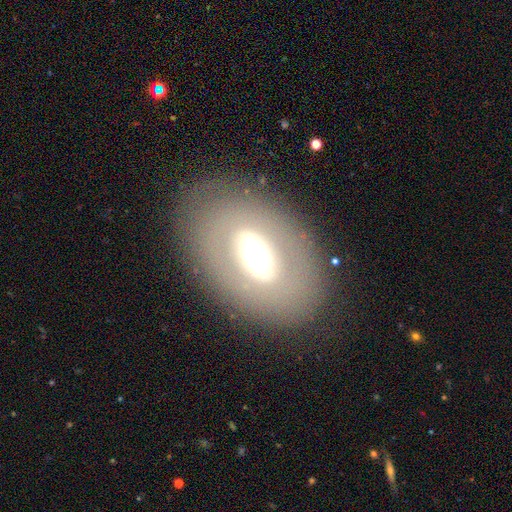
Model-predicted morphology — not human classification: smooth_or_featured: featured or disk (p=0.49) [alt: smooth p=0.40]
merging: none (p=0.79) [alt: minor disturbance p=0.12]